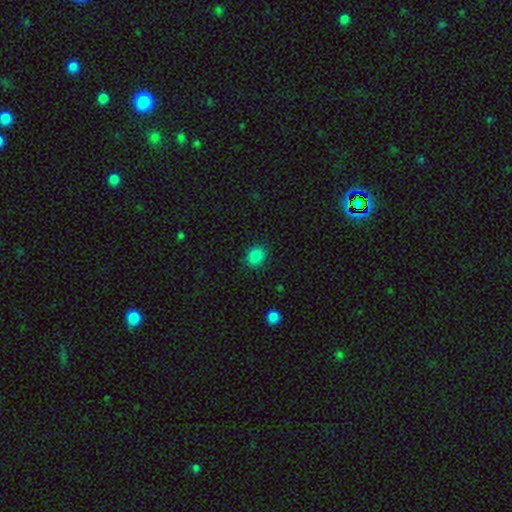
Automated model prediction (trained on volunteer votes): A smooth galaxy with no disk features (86%) that is round (75%). Merging: none (88%).